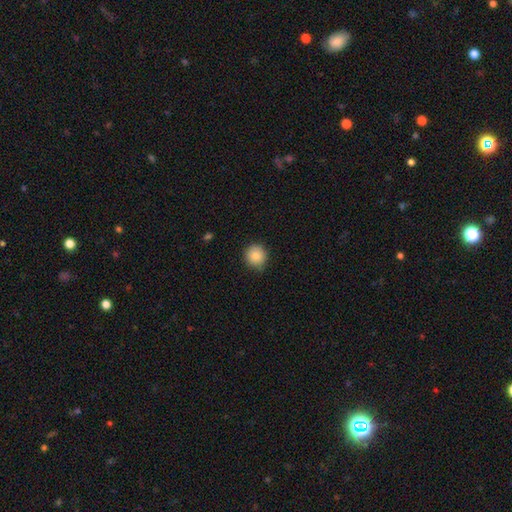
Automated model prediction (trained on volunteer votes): Overall: smooth (83%). How rounded: round (93%). Merging: none (84%).